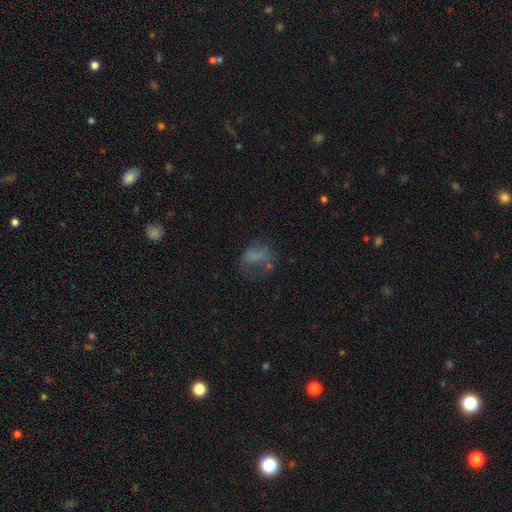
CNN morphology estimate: A smooth galaxy with no disk features (57%) that is in between round and cigar-shaped (66%). Merging: none (38%).